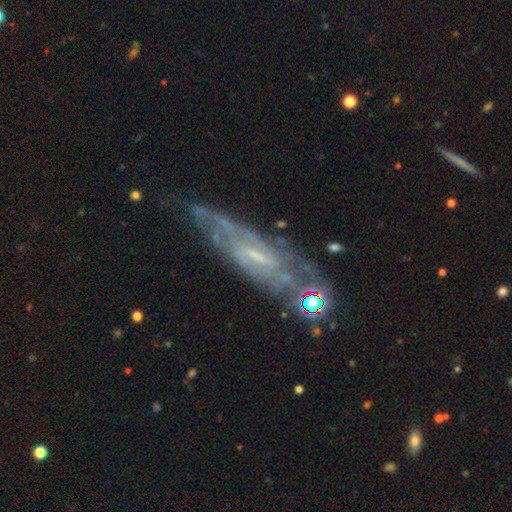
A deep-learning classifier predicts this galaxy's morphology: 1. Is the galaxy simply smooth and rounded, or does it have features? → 78% featured or disk, 13% smooth, 9% star or artifact.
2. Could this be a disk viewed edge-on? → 73% no, 27% yes.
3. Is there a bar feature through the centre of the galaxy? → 49% weak, 27% strong, 24% no.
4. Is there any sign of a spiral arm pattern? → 81% yes, 19% no.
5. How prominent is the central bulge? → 55% small, 22% moderate, 20% none, 2% large, 1% dominant.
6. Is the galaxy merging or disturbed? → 62% none, 22% minor disturbance, 11% major disturbance, 5% merger.